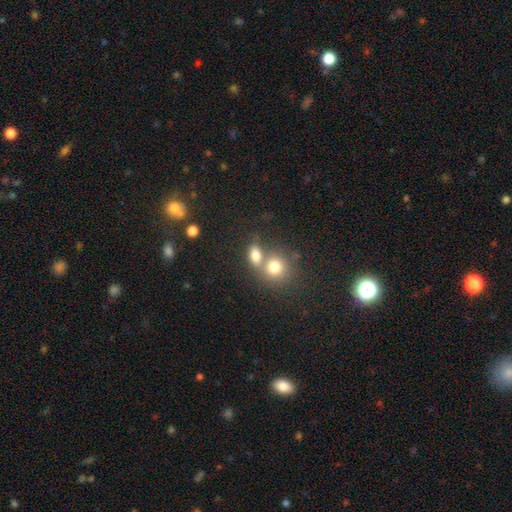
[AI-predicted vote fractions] Overall: smooth (78%). How rounded: in between (62%; round 36%). Merging: merger (49%; none 38%).